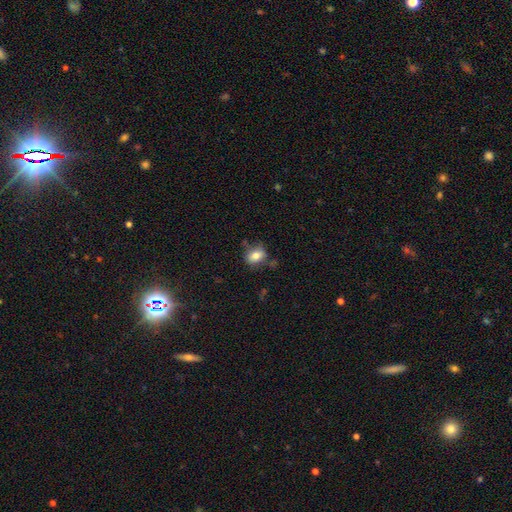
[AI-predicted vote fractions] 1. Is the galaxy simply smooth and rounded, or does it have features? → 76% smooth, 15% featured or disk, 9% star or artifact.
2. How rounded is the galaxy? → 71% in between, 27% round, 2% cigar-shaped.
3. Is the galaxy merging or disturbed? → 68% none, 19% minor disturbance, 7% merger, 6% major disturbance.